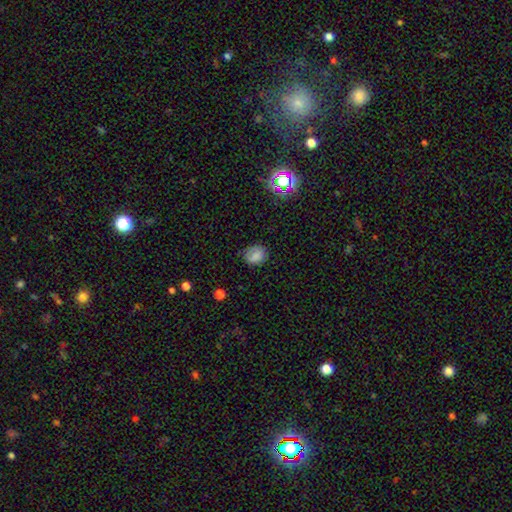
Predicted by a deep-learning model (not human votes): Smooth or featured?
  - smooth: 78% *
  - star or artifact: 12%
  - featured or disk: 10%
How rounded?
  - round: 56% *
  - in between: 43%
  - cigar-shaped: 1%
Merging?
  - none: 71% *
  - minor disturbance: 21%
  - major disturbance: 6%
  - merger: 1%